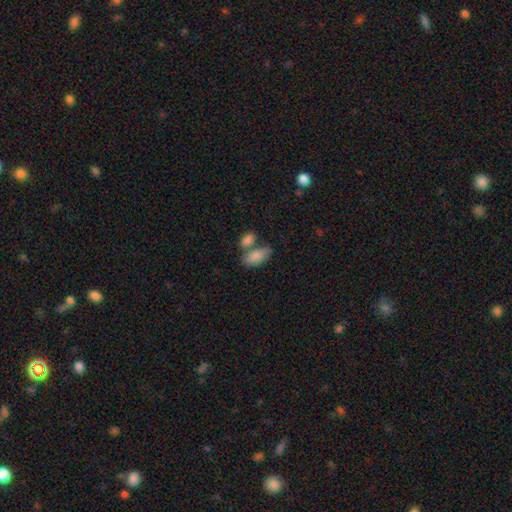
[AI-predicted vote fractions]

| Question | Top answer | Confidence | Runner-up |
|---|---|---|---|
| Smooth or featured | smooth | 85% | featured or disk (9%) |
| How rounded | in between | 92% | cigar-shaped (5%) |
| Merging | merger | 44% | none (39%) |